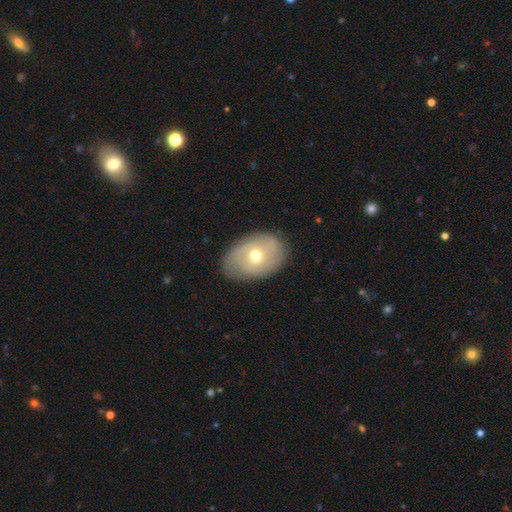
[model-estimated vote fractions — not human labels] Smooth or featured? Predicted: smooth (p=0.48). Merging? Predicted: none (p=0.80).